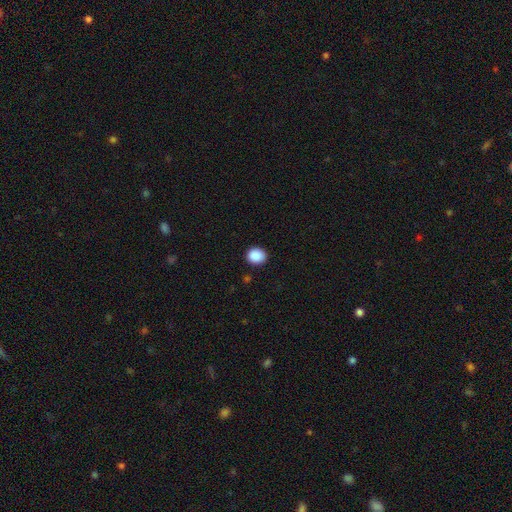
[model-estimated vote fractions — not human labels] smooth 90%, star or artifact 8%, featured or disk 2%. Down the decision tree: how rounded — round (69%); merging — none (89%).